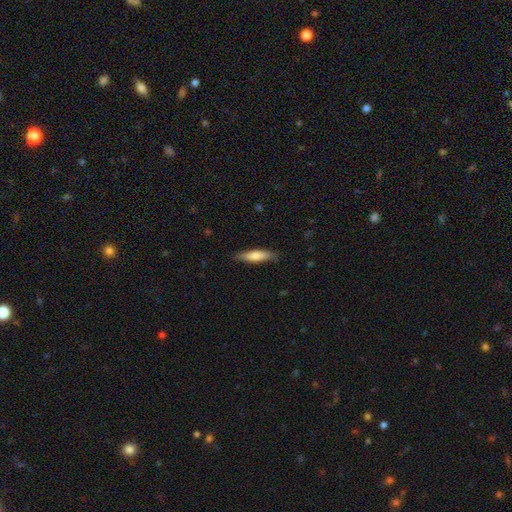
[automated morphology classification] type=smooth (68%); roundness=cigar-shaped (73%); merging=none (84%).